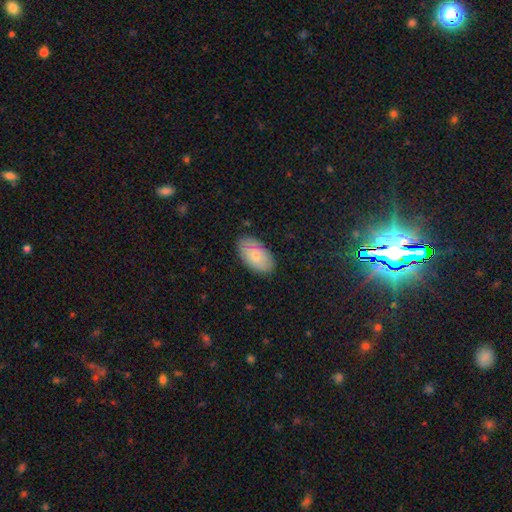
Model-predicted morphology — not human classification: Smooth or featured?
  - smooth: 68% *
  - featured or disk: 26%
  - star or artifact: 7%
How rounded?
  - in between: 94% *
  - round: 5%
  - cigar-shaped: 2%
Merging?
  - none: 83% *
  - minor disturbance: 13%
  - major disturbance: 3%
  - merger: 1%